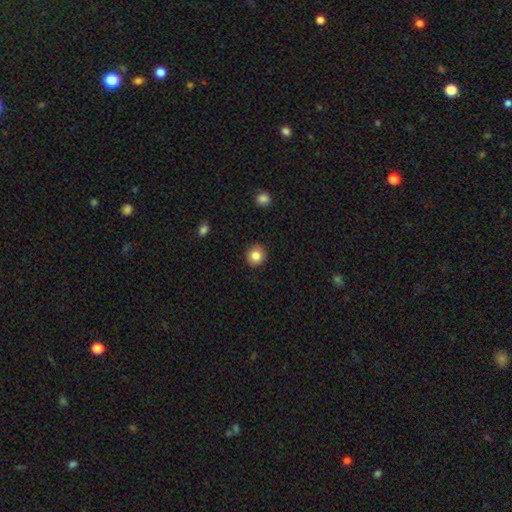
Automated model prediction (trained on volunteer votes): Smooth or featured?
  - smooth: 83% *
  - star or artifact: 10%
  - featured or disk: 7%
How rounded?
  - round: 91% *
  - in between: 8%
  - cigar-shaped: 1%
Merging?
  - none: 88% *
  - minor disturbance: 9%
  - major disturbance: 2%
  - merger: 1%